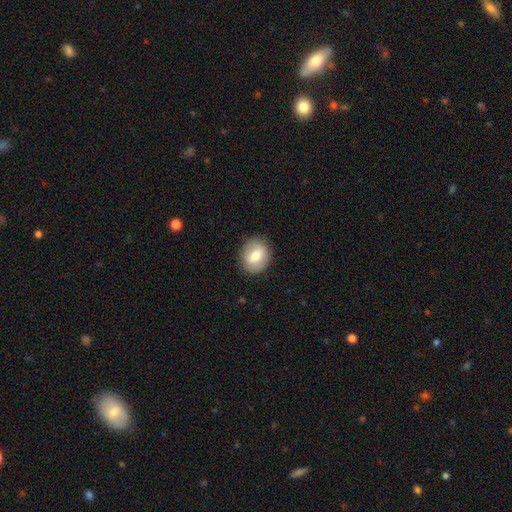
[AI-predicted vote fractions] smooth 67%, featured or disk 26%, star or artifact 7%. Down the decision tree: how rounded — round (64%); merging — none (87%).